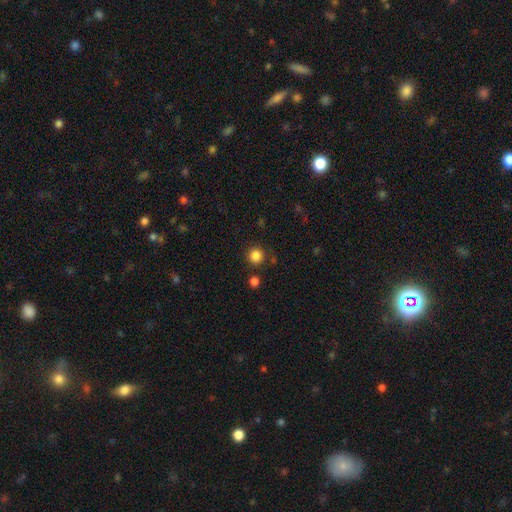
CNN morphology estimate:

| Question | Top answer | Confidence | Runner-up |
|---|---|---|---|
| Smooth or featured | smooth | 85% | star or artifact (12%) |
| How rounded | round | 93% | in between (6%) |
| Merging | none | 86% | minor disturbance (8%) |